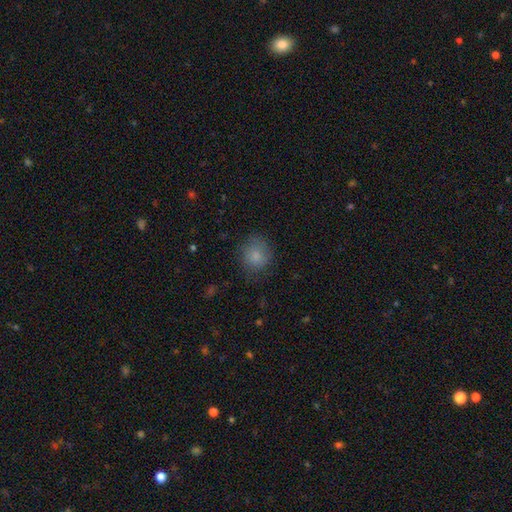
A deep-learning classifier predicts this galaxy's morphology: Smooth or featured: smooth — 82% (star or artifact — 10%)
How rounded: round — 78% (in between — 21%)
Merging: none — 74% (minor disturbance — 19%)